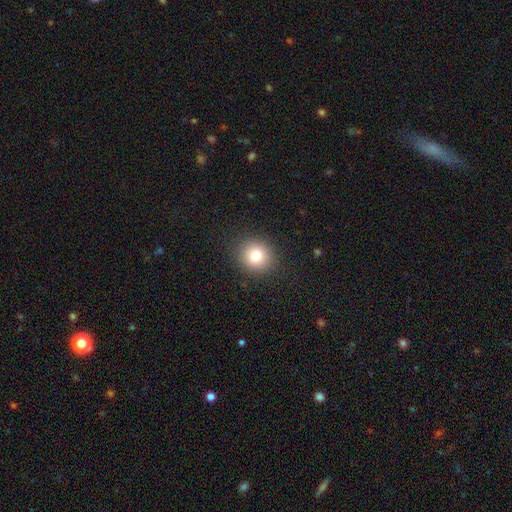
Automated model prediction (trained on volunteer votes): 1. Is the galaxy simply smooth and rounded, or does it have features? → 80% smooth, 12% star or artifact, 9% featured or disk.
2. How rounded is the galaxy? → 85% round, 14% in between, 1% cigar-shaped.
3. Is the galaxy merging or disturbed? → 90% none, 7% minor disturbance, 3% major disturbance, 1% merger.